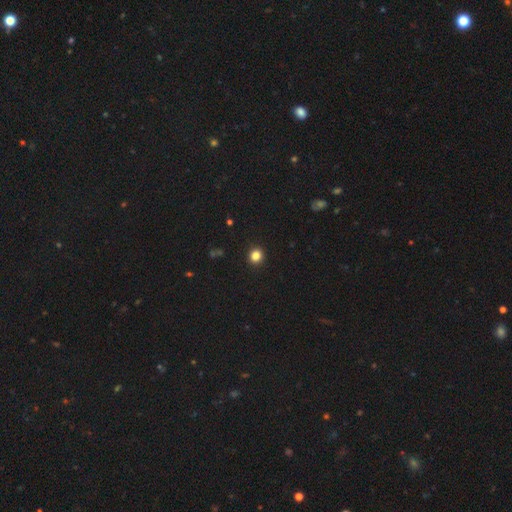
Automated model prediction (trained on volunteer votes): A smooth galaxy with no disk features (84%) that is round (88%).

Vote fractions:
- Smooth or featured? smooth: 84% / star or artifact: 12% / featured or disk: 4%
- How rounded? round: 88% / in between: 11% / cigar-shaped: 1%
- Merging? none: 93% / minor disturbance: 5% / major disturbance: 2% / merger: 1%